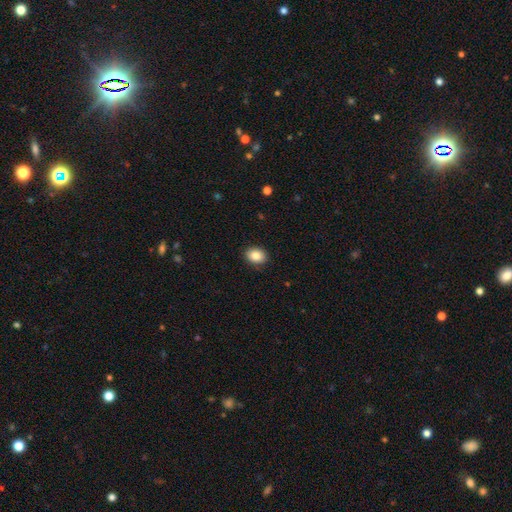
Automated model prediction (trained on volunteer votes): smooth_or_featured: smooth (p=0.86) [alt: star or artifact p=0.08]
how_rounded: in between (p=0.62) [alt: round p=0.37]
merging: none (p=0.89) [alt: minor disturbance p=0.08]